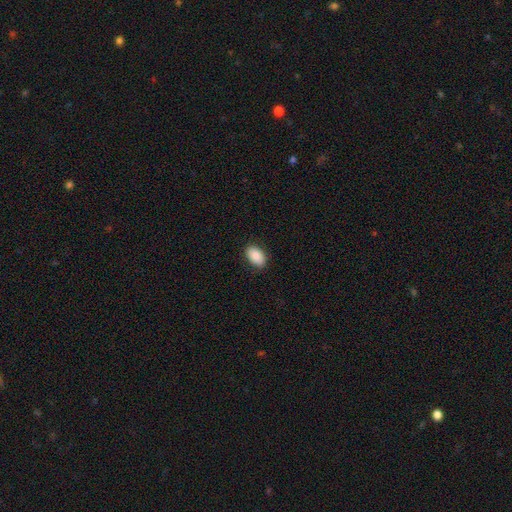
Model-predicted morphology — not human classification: smooth-or-featured: smooth: 87% | star or artifact: 7% | featured or disk: 6%
  how-rounded: in between: 90% | round: 9% | cigar-shaped: 1%
  merging: none: 87% | minor disturbance: 10% | major disturbance: 2% | merger: 1%